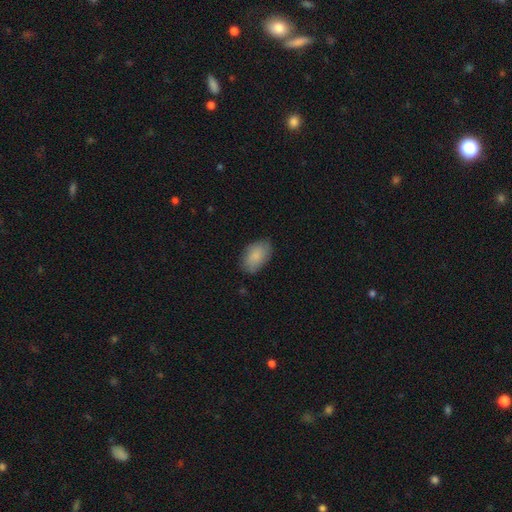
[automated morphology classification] This appears to be a smooth galaxy with no disk features (87%) that is in between round and cigar-shaped (92%). Merging: none (79%).